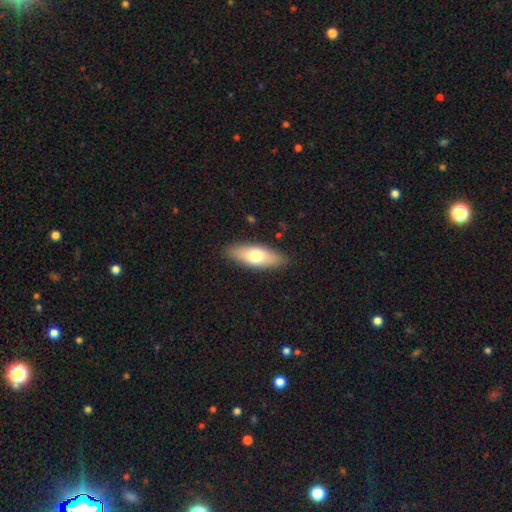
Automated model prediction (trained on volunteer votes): smooth-or-featured: smooth: 69% | featured or disk: 25% | star or artifact: 6%
  how-rounded: in between: 69% | cigar-shaped: 28% | round: 3%
  merging: none: 87% | minor disturbance: 10% | major disturbance: 2% | merger: 1%